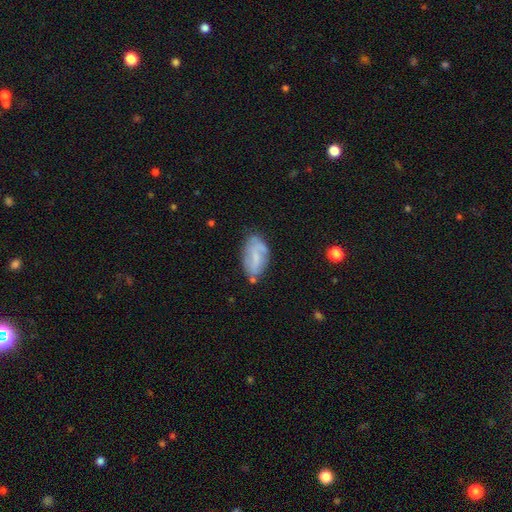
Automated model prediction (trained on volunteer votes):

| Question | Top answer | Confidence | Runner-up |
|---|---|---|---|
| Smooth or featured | featured or disk | 50% | smooth (42%) |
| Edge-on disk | no | 94% | yes (6%) |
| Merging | none | 63% | minor disturbance (25%) |